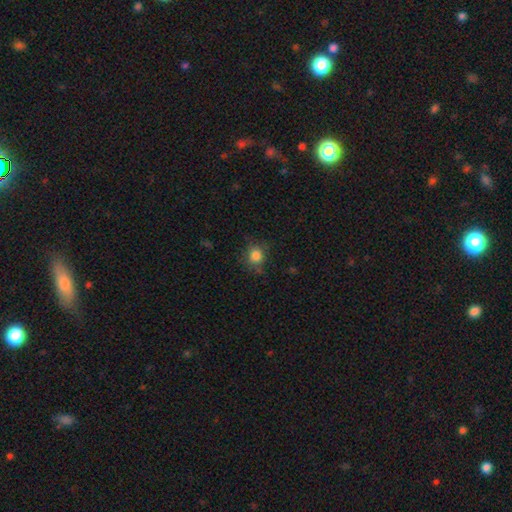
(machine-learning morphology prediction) A smooth galaxy with no disk features (83%) that is round (81%).

Vote fractions:
- Smooth or featured? smooth: 83% / star or artifact: 11% / featured or disk: 6%
- How rounded? round: 81% / in between: 18% / cigar-shaped: 1%
- Merging? none: 74% / minor disturbance: 18% / major disturbance: 6% / merger: 2%